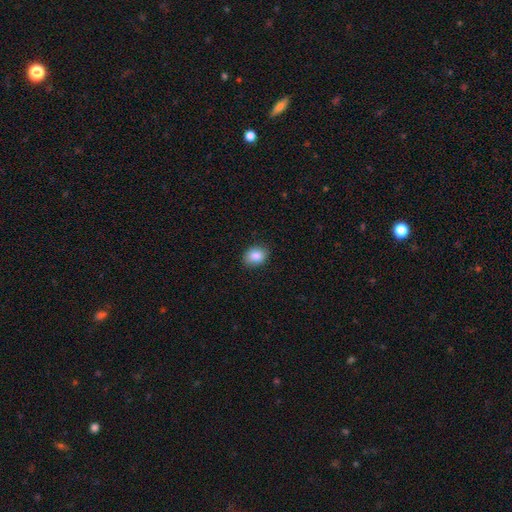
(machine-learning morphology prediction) Smooth or featured? Predicted: smooth (p=0.87). How rounded? Predicted: in between (p=0.59). Merging? Predicted: none (p=0.85).